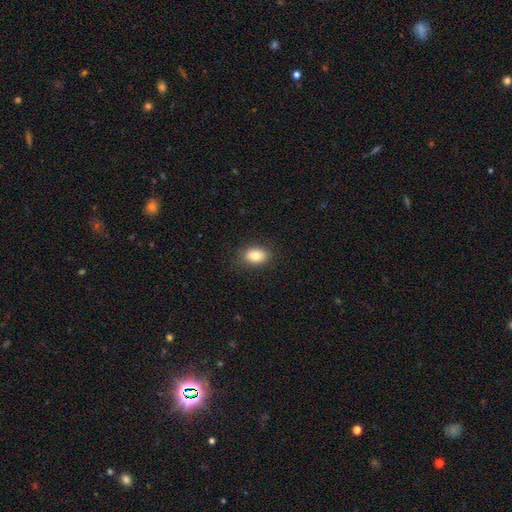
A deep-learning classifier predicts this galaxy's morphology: Smooth or featured? smooth (82%)
How rounded? in between (81%)
Merging? none (87%)